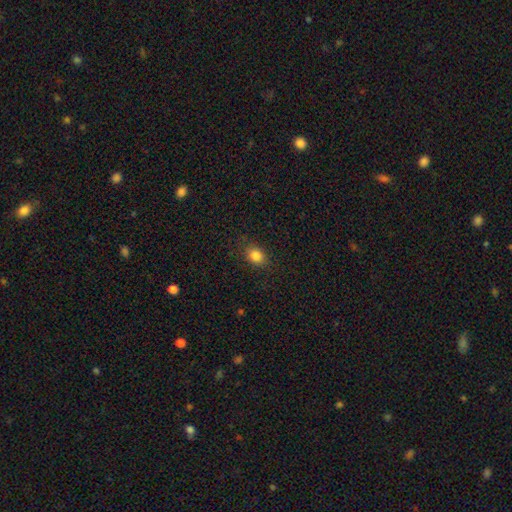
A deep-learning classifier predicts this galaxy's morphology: Smooth or featured?
  - smooth: 84% *
  - star or artifact: 10%
  - featured or disk: 6%
How rounded?
  - in between: 62% *
  - round: 37%
  - cigar-shaped: 1%
Merging?
  - none: 85% *
  - minor disturbance: 11%
  - major disturbance: 3%
  - merger: 1%